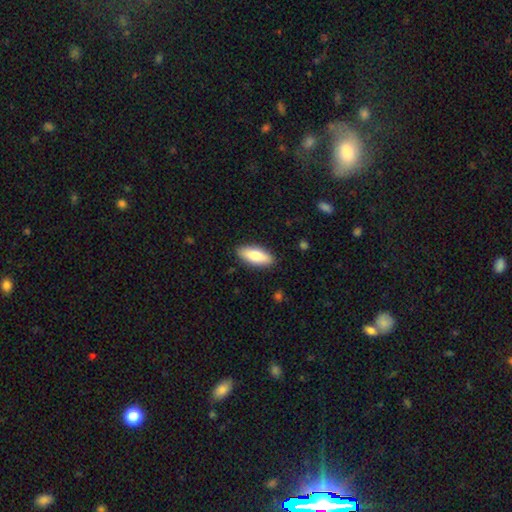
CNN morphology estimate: A smooth galaxy with no disk features (79%) that is in between round and cigar-shaped (74%).

Vote fractions:
- Smooth or featured? smooth: 79% / featured or disk: 16% / star or artifact: 6%
- How rounded? in between: 74% / cigar-shaped: 24% / round: 2%
- Merging? none: 88% / minor disturbance: 9% / major disturbance: 2% / merger: 1%